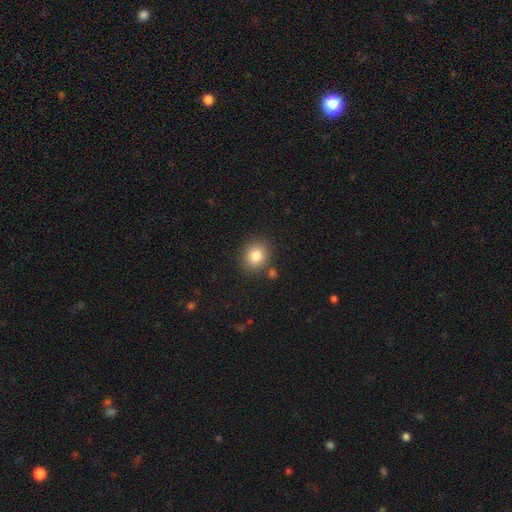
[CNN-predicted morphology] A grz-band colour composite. It shows a smooth galaxy with no disk features (83%) that is round (71%). Merging: none (82%).